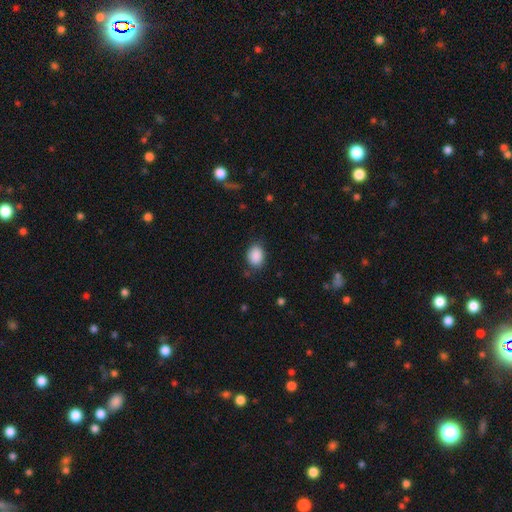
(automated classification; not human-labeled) Morphology: type=smooth (89%); roundness=in between (69%); merging=none (80%).